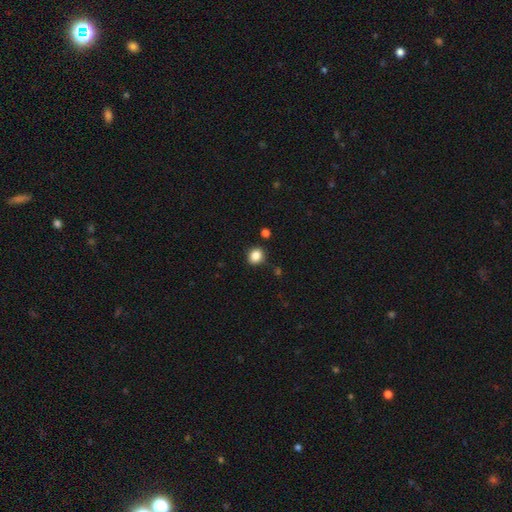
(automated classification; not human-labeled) This is clearly a smooth galaxy (86%). How rounded: likely round (69%). Merging: clearly none (86%).